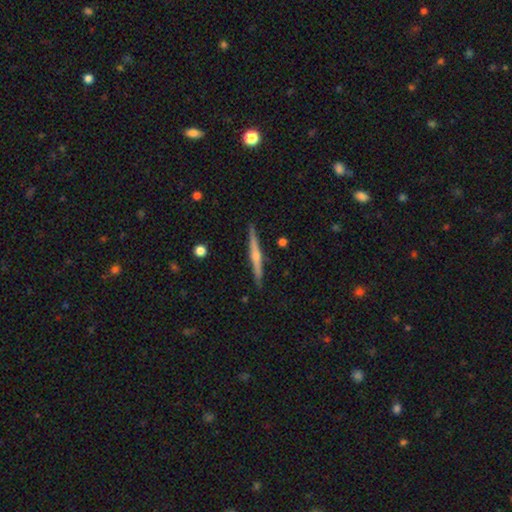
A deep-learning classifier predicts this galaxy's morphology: The model was most divided on "smooth or featured": featured or disk: 73%, smooth: 21%, star or artifact: 6%. More confident: edge-on disk — yes (98%); merging — none (91%); edge-on bulge — rounded (83%).